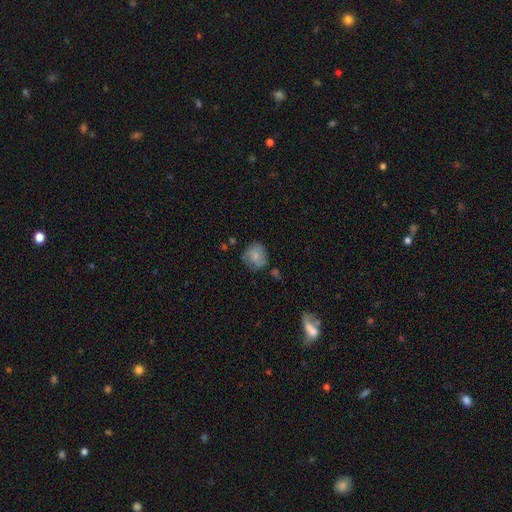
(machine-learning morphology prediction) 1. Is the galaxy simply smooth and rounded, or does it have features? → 73% smooth, 18% featured or disk, 9% star or artifact.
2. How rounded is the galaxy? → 76% round, 23% in between, 1% cigar-shaped.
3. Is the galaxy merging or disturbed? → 62% none, 26% minor disturbance, 7% major disturbance, 4% merger.